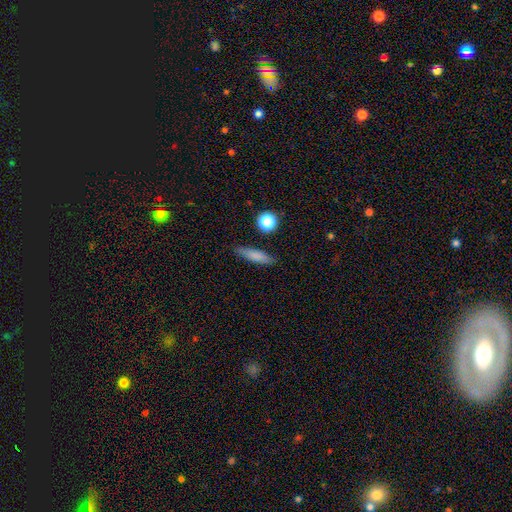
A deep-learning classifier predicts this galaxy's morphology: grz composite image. It shows a smooth galaxy with no disk features (77%) that is cigar-shaped (74%). Merging: none (84%).